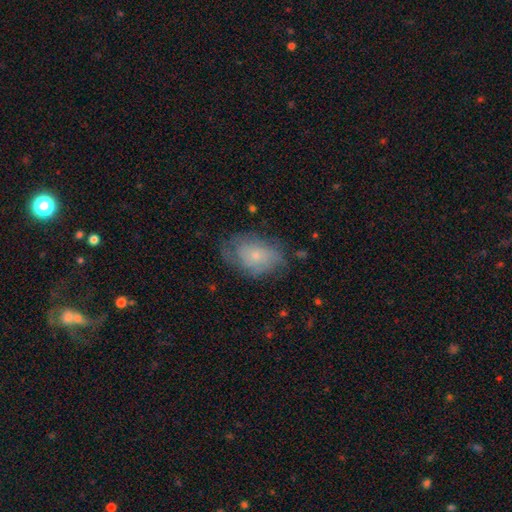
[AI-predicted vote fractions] Q: Smooth or featured?
A: smooth (50%); runner-up: featured or disk (41%)
Q: How rounded?
A: in between (82%); runner-up: round (17%)
Q: Merging?
A: none (57%); runner-up: minor disturbance (28%)